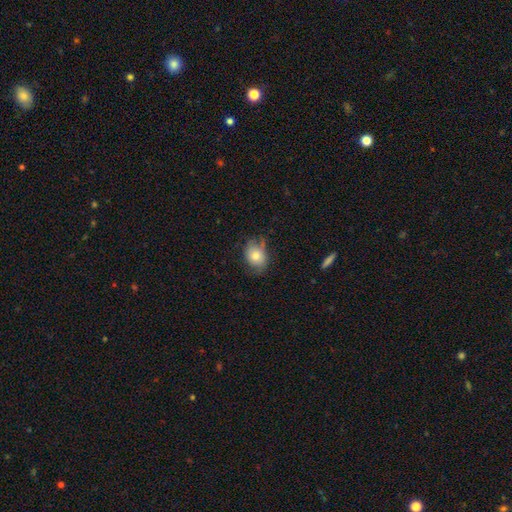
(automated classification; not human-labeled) Smooth or featured? smooth (72%)
How rounded? in between (64%)
Merging? none (57%)